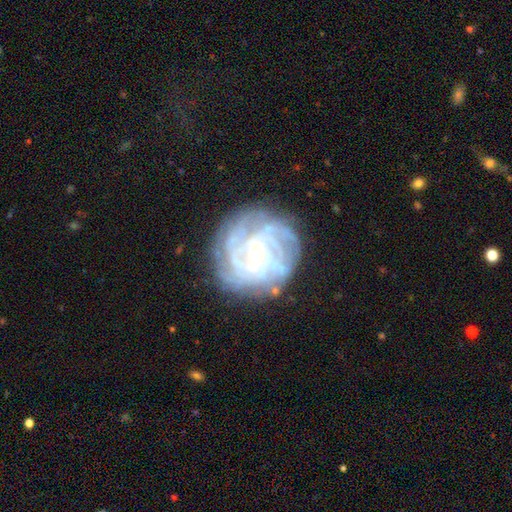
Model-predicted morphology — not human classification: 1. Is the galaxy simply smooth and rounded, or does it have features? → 86% featured or disk, 7% smooth, 7% star or artifact.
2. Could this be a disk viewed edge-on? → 97% no, 3% yes.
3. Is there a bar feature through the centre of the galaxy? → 47% weak, 35% no, 18% strong.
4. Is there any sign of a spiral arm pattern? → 96% yes, 4% no.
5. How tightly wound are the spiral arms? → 76% tight, 19% medium, 5% loose.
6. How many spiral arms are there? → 31% can't tell, 21% 4, 19% more than 4, 13% 3, 9% 2, 7% 1.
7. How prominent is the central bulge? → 55% moderate, 41% small, 3% large, 1% none, 1% dominant.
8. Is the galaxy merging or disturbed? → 77% none, 15% minor disturbance, 6% major disturbance, 2% merger.